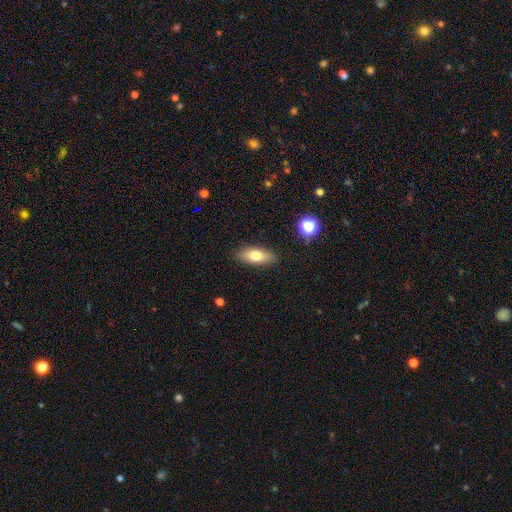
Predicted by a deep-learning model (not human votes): smooth 73%, featured or disk 19%, star or artifact 8%. Down the decision tree: how rounded — in between (73%); merging — none (86%).